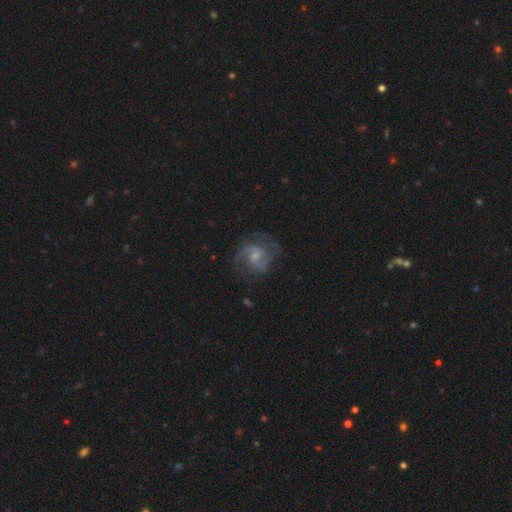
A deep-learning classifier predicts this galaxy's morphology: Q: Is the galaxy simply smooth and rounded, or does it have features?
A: featured or disk — 73%.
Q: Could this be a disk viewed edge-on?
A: no — 98%.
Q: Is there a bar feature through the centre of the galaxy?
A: weak — 51%.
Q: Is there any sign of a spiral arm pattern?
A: yes — 87%.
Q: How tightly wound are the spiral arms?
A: medium — 51%.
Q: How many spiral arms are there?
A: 2 — 64%.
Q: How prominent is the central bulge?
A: small — 47%.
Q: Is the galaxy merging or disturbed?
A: none — 62%.